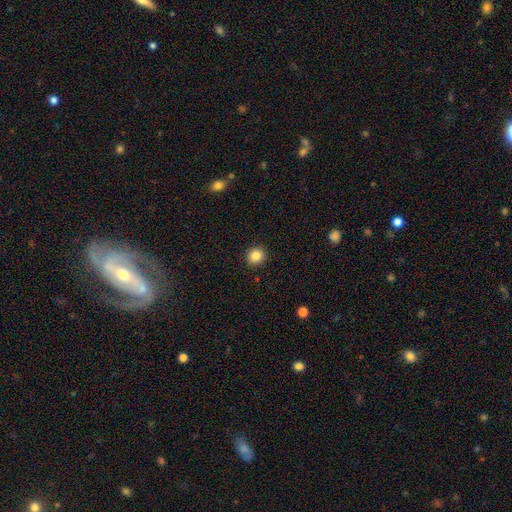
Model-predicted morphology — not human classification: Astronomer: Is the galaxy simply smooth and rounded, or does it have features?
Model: smooth — 85%.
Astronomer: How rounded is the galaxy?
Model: round — 91%.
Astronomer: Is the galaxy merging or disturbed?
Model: none — 92%.